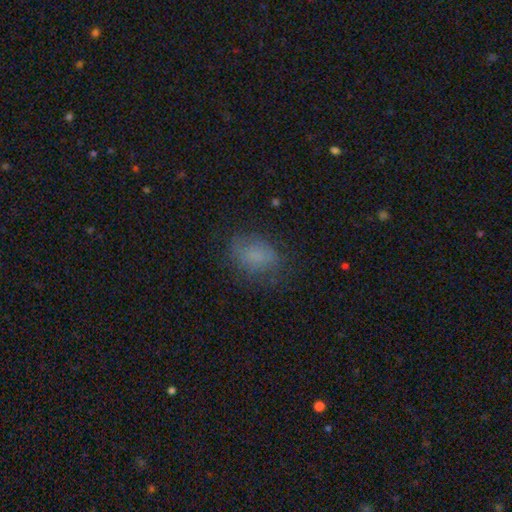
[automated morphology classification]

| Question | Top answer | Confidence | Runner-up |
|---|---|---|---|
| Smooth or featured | smooth | 76% | featured or disk (12%) |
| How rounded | in between | 76% | round (22%) |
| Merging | none | 68% | minor disturbance (21%) |